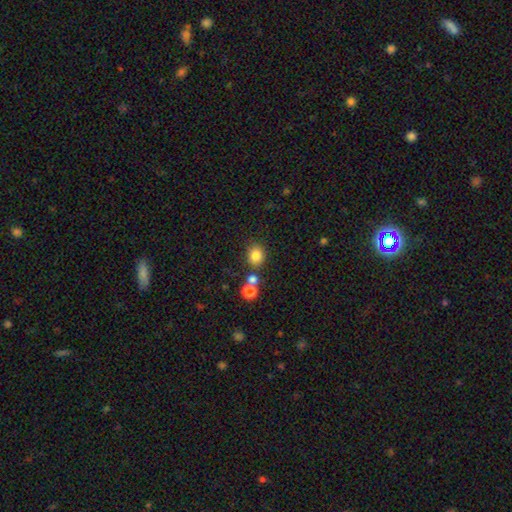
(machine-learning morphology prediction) Smooth or featured: smooth — 81% (star or artifact — 13%)
How rounded: round — 64% (in between — 35%)
Merging: none — 73% (merger — 13%)